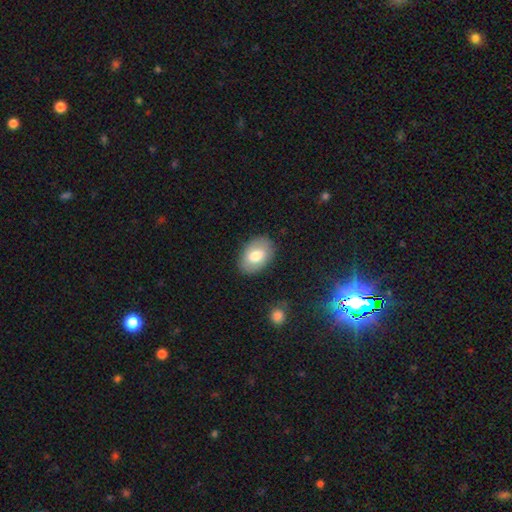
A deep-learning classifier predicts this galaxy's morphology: type=smooth (74%); roundness=in between (88%); merging=none (85%).